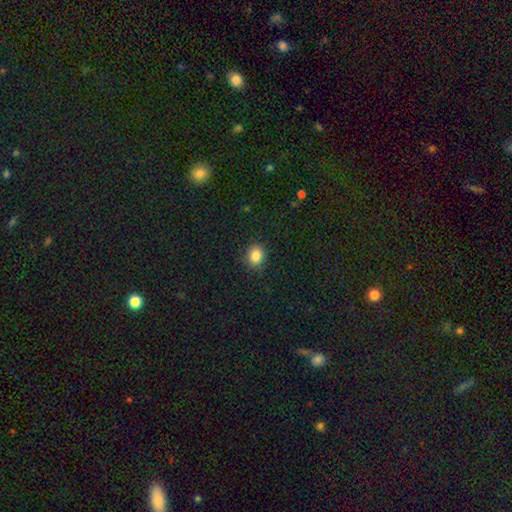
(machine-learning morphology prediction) This is clearly a smooth galaxy (86%). How rounded: likely round (70%). Merging: clearly none (90%).